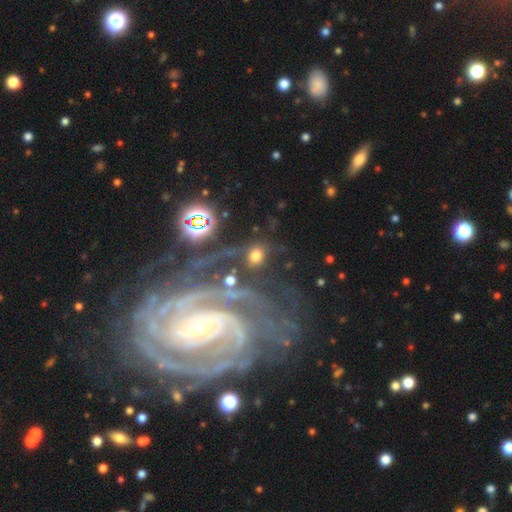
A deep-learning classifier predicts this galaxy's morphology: A smooth galaxy with no disk features (52%) that is round (63%). Merging: none (60%).